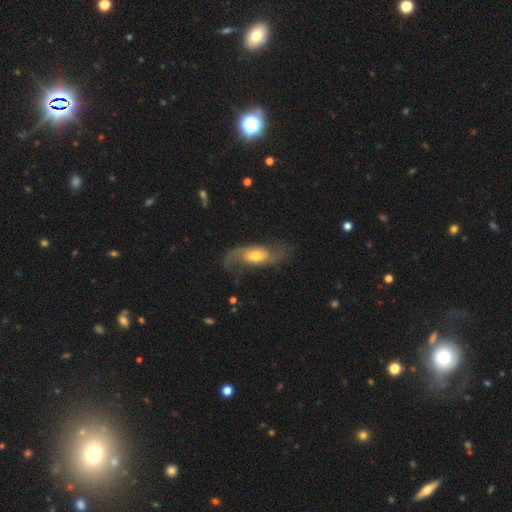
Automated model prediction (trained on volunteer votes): Smooth or featured: featured or disk — 78% (smooth — 16%)
Edge-on disk: no — 91% (yes — 9%)
Bar: no — 50% (weak — 37%)
Spiral arms: yes — 92% (no — 8%)
Spiral winding: loose — 62% (medium — 30%)
Spiral arm count: 2 — 87% (can't tell — 5%)
Bulge size: moderate — 62% (small — 19%)
Merging: none — 63% (minor disturbance — 19%)